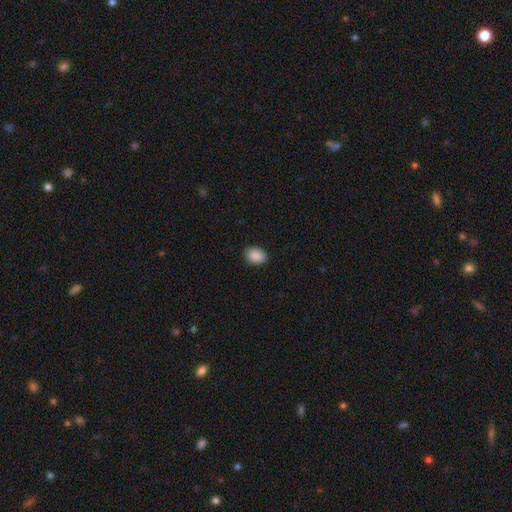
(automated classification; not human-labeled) Smooth or featured: smooth — 90% (star or artifact — 8%)
How rounded: in between — 70% (round — 29%)
Merging: none — 86% (minor disturbance — 11%)